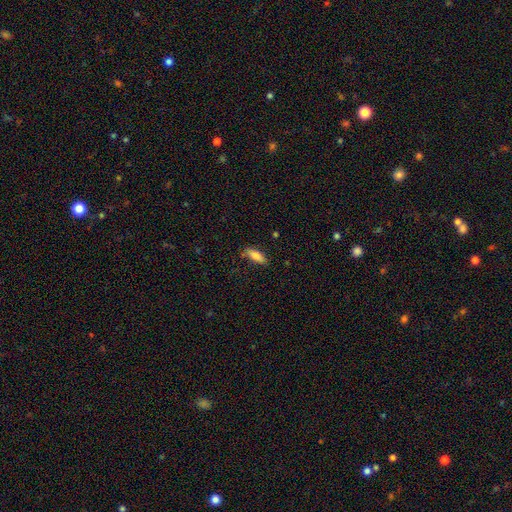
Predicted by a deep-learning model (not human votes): Smooth or featured?
  - smooth: 80% *
  - featured or disk: 14%
  - star or artifact: 7%
How rounded?
  - in between: 70% *
  - cigar-shaped: 28%
  - round: 2%
Merging?
  - none: 74% *
  - minor disturbance: 19%
  - major disturbance: 4%
  - merger: 2%